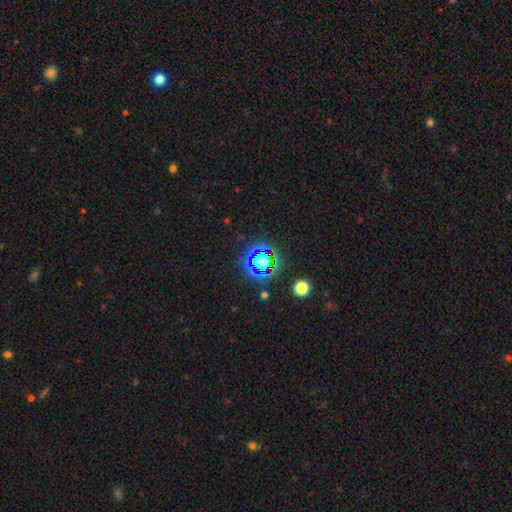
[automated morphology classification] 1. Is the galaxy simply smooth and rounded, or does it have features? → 79% star or artifact, 14% smooth, 7% featured or disk.